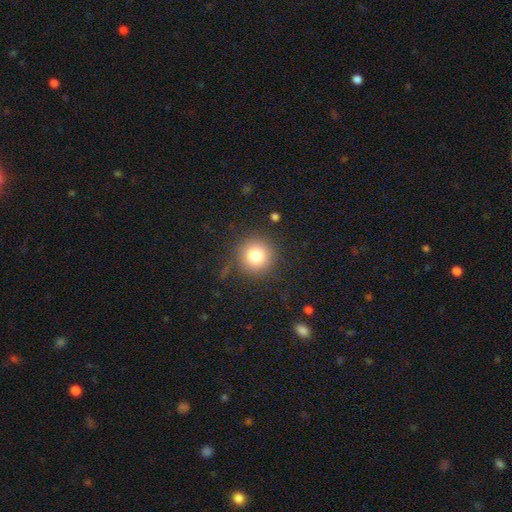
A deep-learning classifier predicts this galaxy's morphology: Q: Smooth or featured?
A: smooth (79%); runner-up: star or artifact (12%)
Q: How rounded?
A: round (94%); runner-up: in between (5%)
Q: Merging?
A: none (86%); runner-up: minor disturbance (9%)